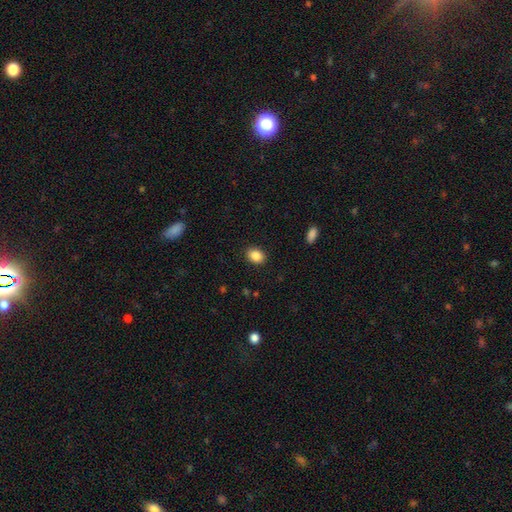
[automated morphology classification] The model was most divided on "how rounded": in between: 67%, round: 32%, cigar-shaped: 1%. More confident: merging — none (89%); smooth or featured — smooth (87%).